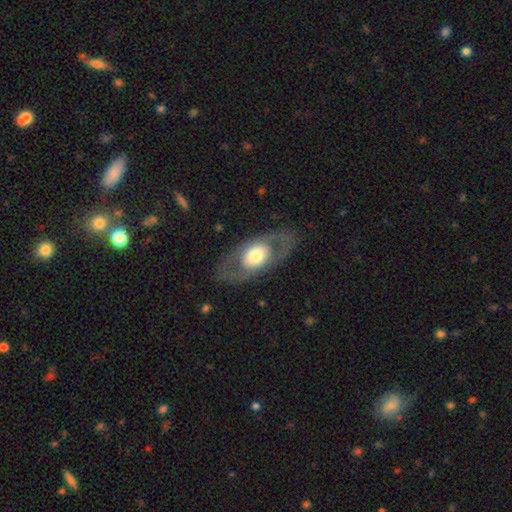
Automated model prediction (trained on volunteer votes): smooth_or_featured: featured or disk (p=0.58) [alt: smooth p=0.37]
disk_edge_on: no (p=0.86) [alt: yes p=0.14]
merging: none (p=0.79) [alt: minor disturbance p=0.11]